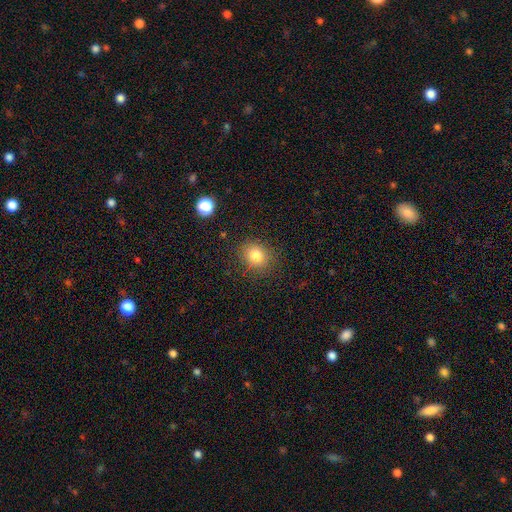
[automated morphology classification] Q: Smooth or featured?
A: smooth (80%); runner-up: star or artifact (12%)
Q: How rounded?
A: round (74%); runner-up: in between (25%)
Q: Merging?
A: none (85%); runner-up: minor disturbance (10%)